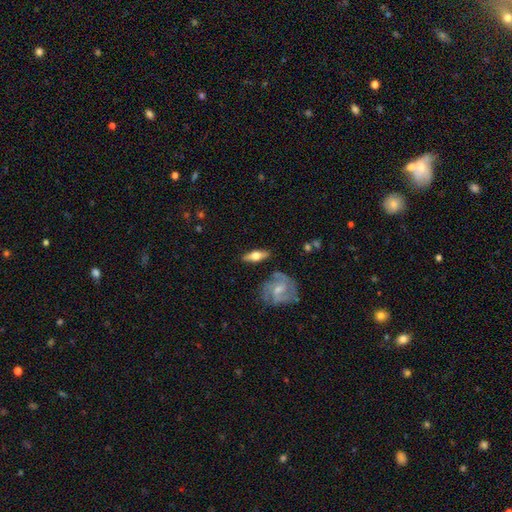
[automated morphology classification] Smooth or featured? Predicted: featured or disk (p=0.55). Edge-on disk? Predicted: yes (p=0.77). Merging? Predicted: none (p=0.79).